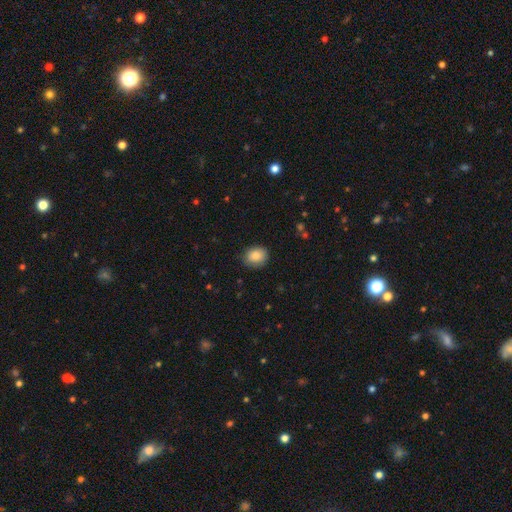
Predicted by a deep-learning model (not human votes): smooth_or_featured: smooth (p=0.87) [alt: star or artifact p=0.08]
how_rounded: round (p=0.54) [alt: in between p=0.45]
merging: none (p=0.81) [alt: minor disturbance p=0.15]